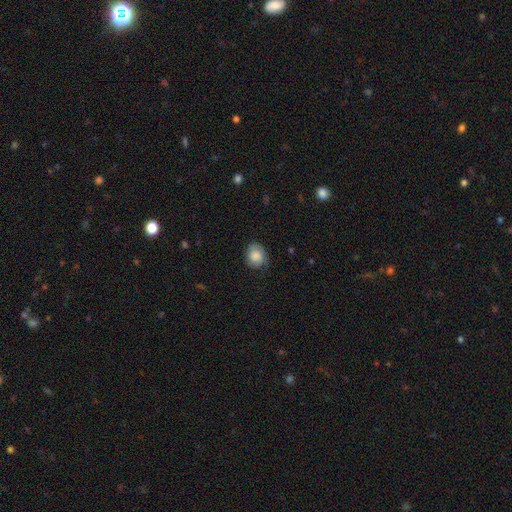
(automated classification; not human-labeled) Smooth or featured: smooth — 70% (featured or disk — 22%)
How rounded: round — 55% (in between — 45%)
Merging: none — 67% (minor disturbance — 25%)